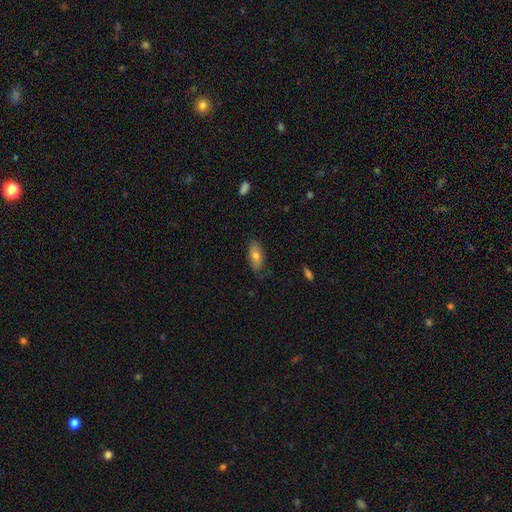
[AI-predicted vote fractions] A smooth galaxy with no disk features (74%) that is in between round and cigar-shaped (80%). Merging: none (77%).